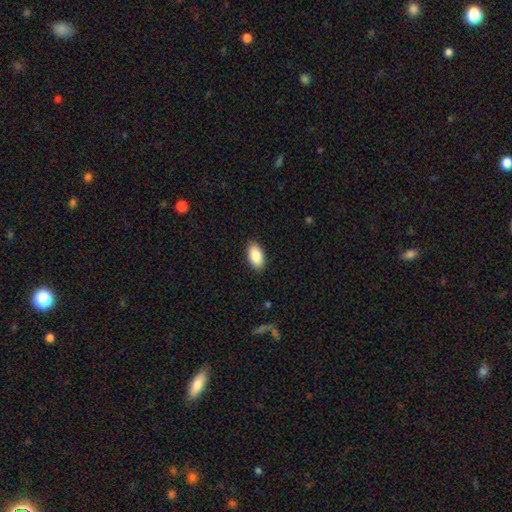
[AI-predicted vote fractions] Q: Smooth or featured?
A: smooth (87%); runner-up: featured or disk (7%)
Q: How rounded?
A: in between (94%); runner-up: round (3%)
Q: Merging?
A: none (89%); runner-up: minor disturbance (8%)